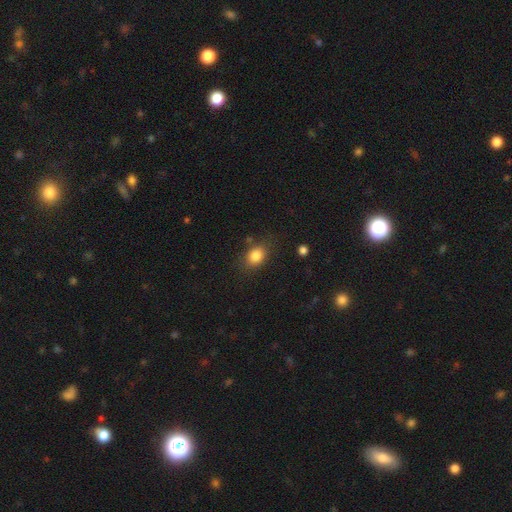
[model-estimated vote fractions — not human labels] Smooth or featured? Predicted: smooth (p=0.84). How rounded? Predicted: in between (p=0.59). Merging? Predicted: none (p=0.78).